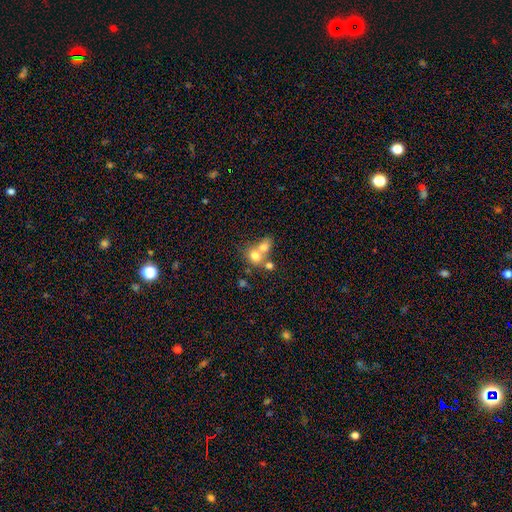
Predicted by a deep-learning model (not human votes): Overall: smooth (70%). How rounded: round (64%; in between 34%). Merging: merger (61%; none 29%).